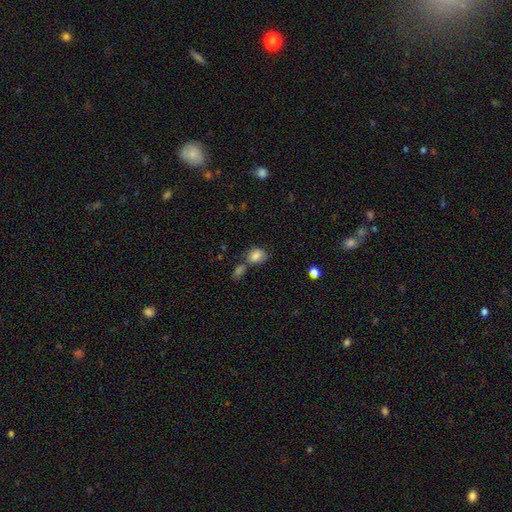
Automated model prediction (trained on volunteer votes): This is clearly a smooth galaxy (84%). How rounded: possibly in between (59%). Merging: possibly none (51%).